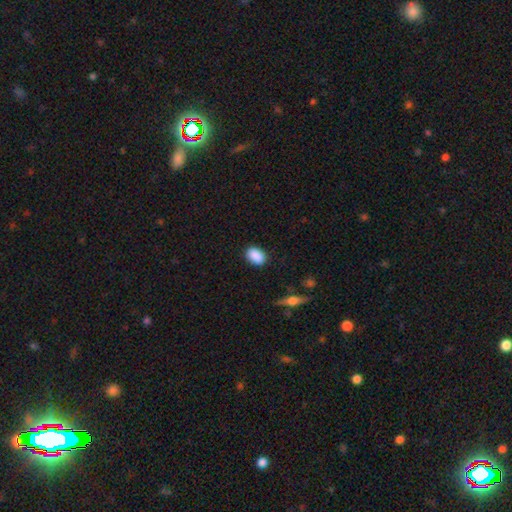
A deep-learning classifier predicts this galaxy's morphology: Smooth or featured?
  - smooth: 89% *
  - star or artifact: 7%
  - featured or disk: 3%
How rounded?
  - in between: 82% *
  - round: 16%
  - cigar-shaped: 2%
Merging?
  - none: 86% *
  - minor disturbance: 10%
  - major disturbance: 2%
  - merger: 1%